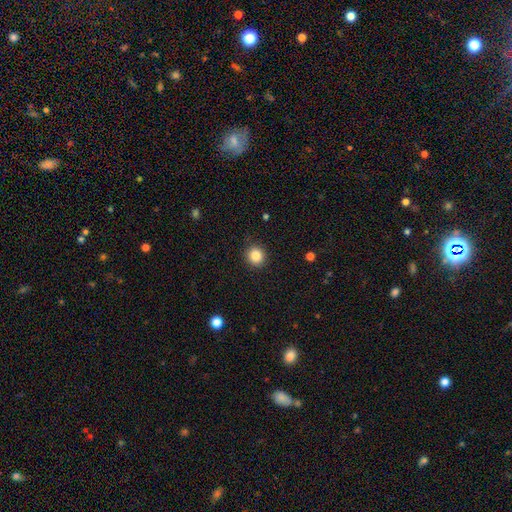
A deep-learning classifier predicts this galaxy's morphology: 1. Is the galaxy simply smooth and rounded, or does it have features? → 85% smooth, 10% star or artifact, 5% featured or disk.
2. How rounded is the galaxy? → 90% round, 9% in between, 1% cigar-shaped.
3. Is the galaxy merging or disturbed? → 90% none, 7% minor disturbance, 2% major disturbance, 1% merger.